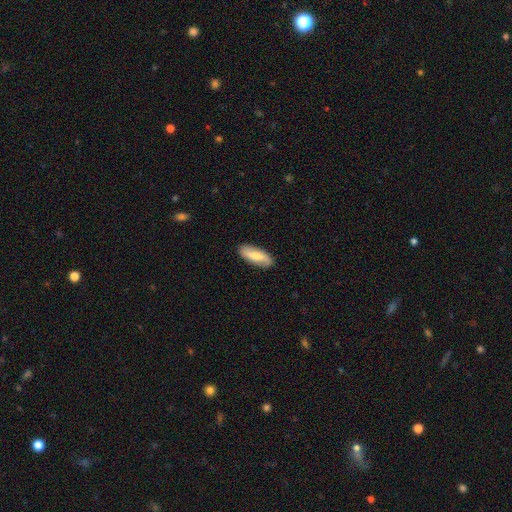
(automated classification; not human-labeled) The model was most divided on "smooth or featured": smooth: 55%, featured or disk: 39%, star or artifact: 6%. More confident: merging — none (87%); how rounded — in between (70%).